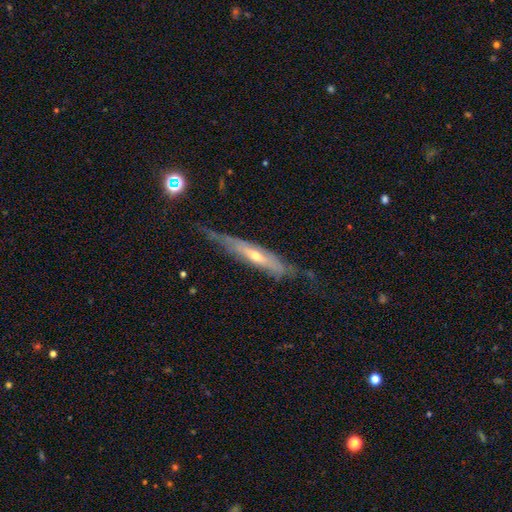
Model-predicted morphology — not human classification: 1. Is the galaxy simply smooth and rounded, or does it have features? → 70% featured or disk, 24% smooth, 6% star or artifact.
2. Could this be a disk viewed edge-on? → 69% yes, 31% no.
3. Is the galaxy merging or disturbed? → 52% none, 28% minor disturbance, 17% major disturbance, 2% merger.